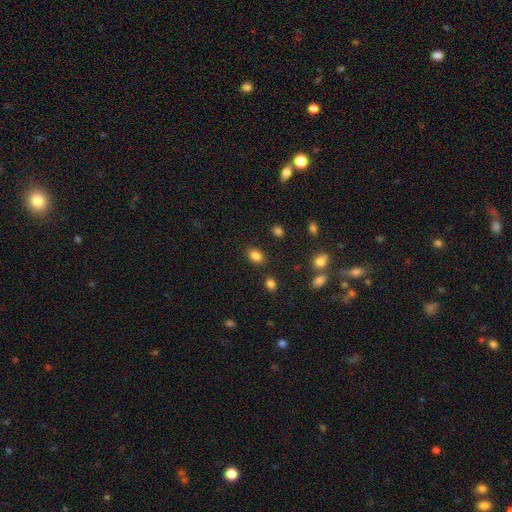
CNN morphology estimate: Smooth or featured?
  - smooth: 84% *
  - star or artifact: 11%
  - featured or disk: 5%
How rounded?
  - in between: 78% *
  - round: 20%
  - cigar-shaped: 1%
Merging?
  - none: 84% *
  - minor disturbance: 10%
  - merger: 3%
  - major disturbance: 3%